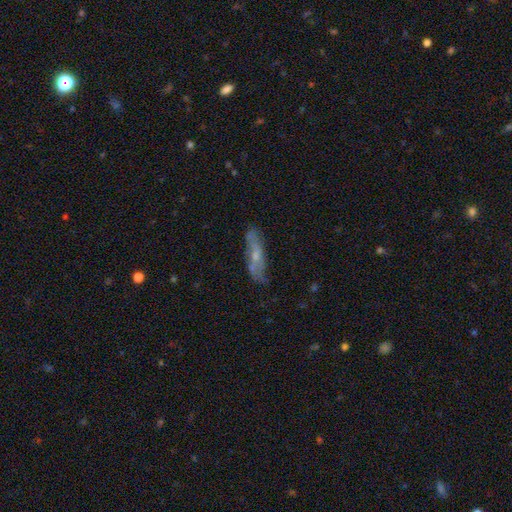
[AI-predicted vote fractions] featured or disk 57%, smooth 36%, star or artifact 7%. Down the decision tree: edge-on disk — no (58%); merging — none (72%).